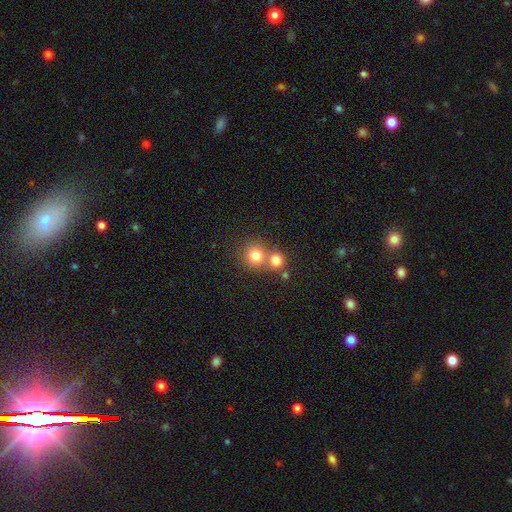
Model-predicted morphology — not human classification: Smooth or featured: smooth — 78% (star or artifact — 13%)
How rounded: round — 89% (in between — 10%)
Merging: none — 50% (merger — 41%)